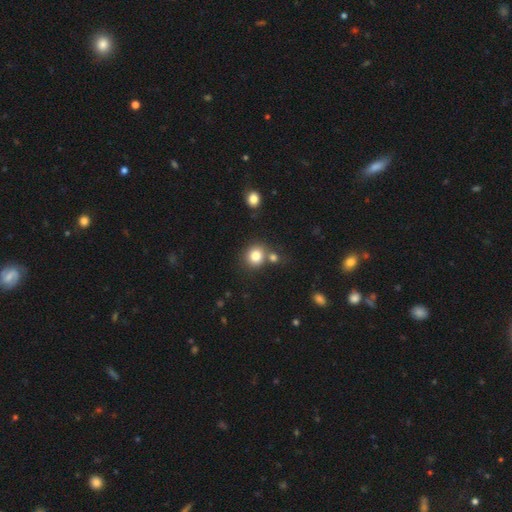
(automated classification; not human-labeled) Q: Smooth or featured?
A: smooth (81%); runner-up: star or artifact (11%)
Q: How rounded?
A: round (84%); runner-up: in between (15%)
Q: Merging?
A: none (66%); runner-up: merger (22%)